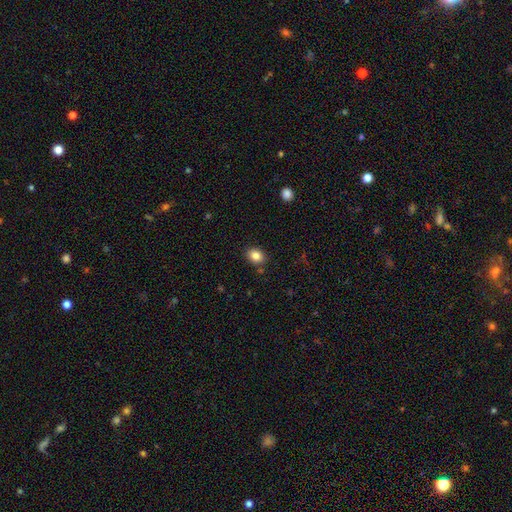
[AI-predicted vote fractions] This appears to be a smooth galaxy with no disk features (85%) that is in between round and cigar-shaped (55%). Merging: none (85%).